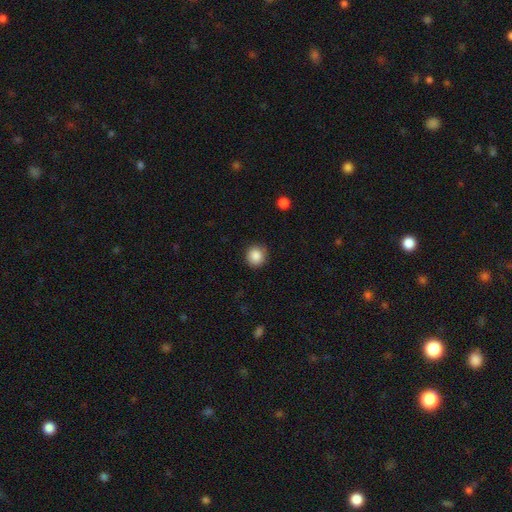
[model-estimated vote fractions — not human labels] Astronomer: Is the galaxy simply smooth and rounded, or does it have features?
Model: smooth — 87%.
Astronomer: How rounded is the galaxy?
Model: round — 93%.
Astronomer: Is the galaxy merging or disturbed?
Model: none — 89%.